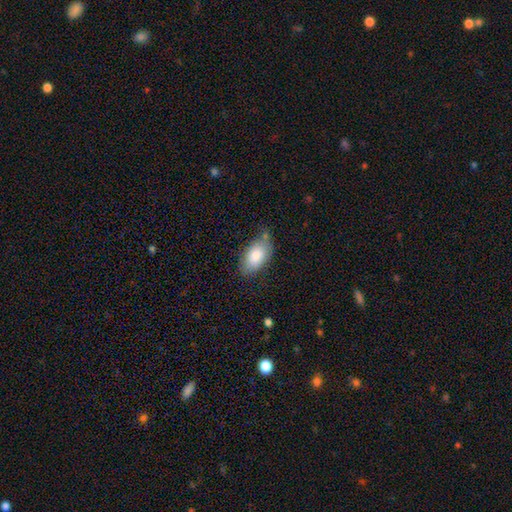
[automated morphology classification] Smooth or featured? Predicted: smooth (p=0.82). How rounded? Predicted: in between (p=0.93). Merging? Predicted: none (p=0.64).